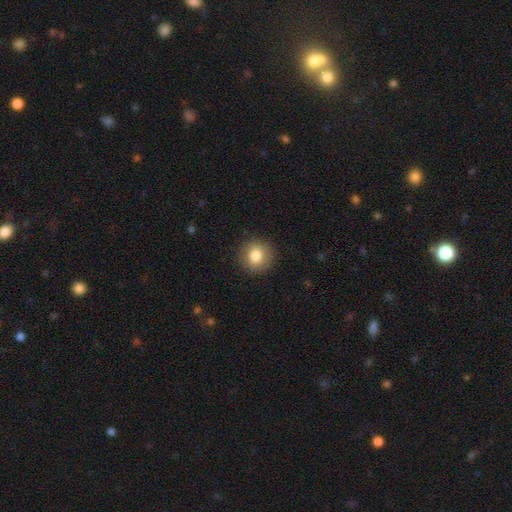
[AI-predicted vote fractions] Smooth or featured? smooth (83%)
How rounded? round (91%)
Merging? none (91%)